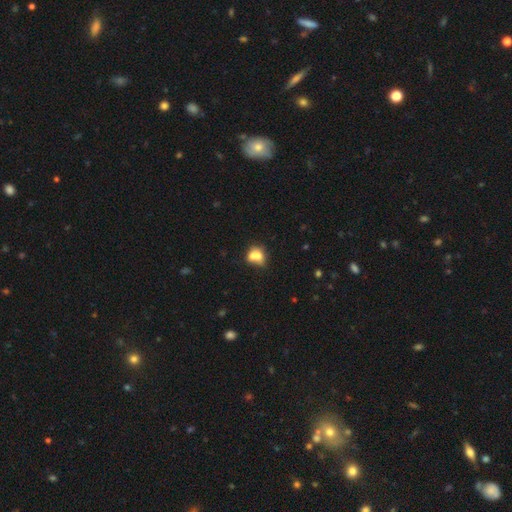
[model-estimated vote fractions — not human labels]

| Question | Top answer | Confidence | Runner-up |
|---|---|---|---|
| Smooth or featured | smooth | 69% | featured or disk (21%) |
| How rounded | round | 55% | in between (43%) |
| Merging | merger | 58% | none (27%) |